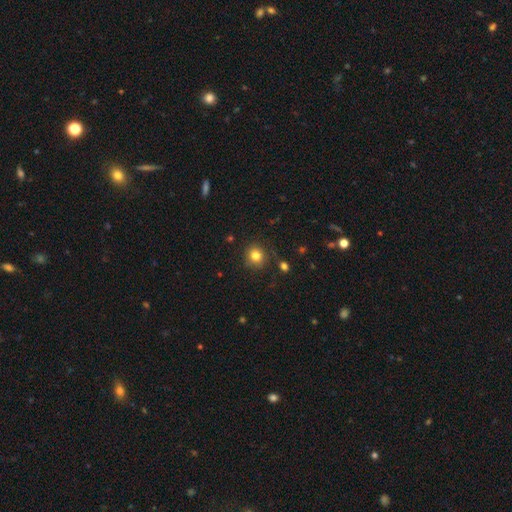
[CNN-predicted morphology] A smooth galaxy with no disk features (81%) that is round (88%). Merging: none (86%).